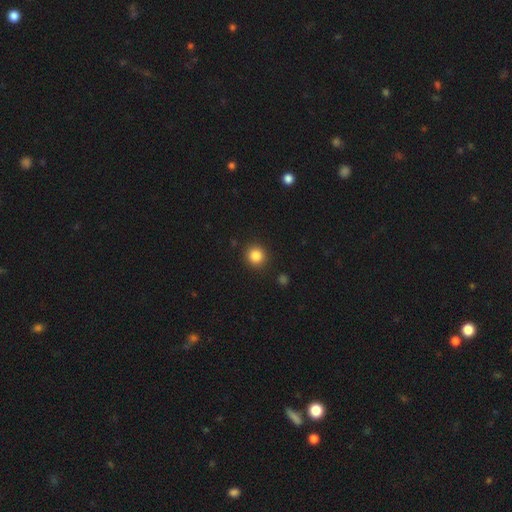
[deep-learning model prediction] Smooth or featured?
  - smooth: 86% *
  - star or artifact: 11%
  - featured or disk: 4%
How rounded?
  - round: 91% *
  - in between: 9%
  - cigar-shaped: 1%
Merging?
  - none: 90% *
  - minor disturbance: 6%
  - major disturbance: 2%
  - merger: 1%